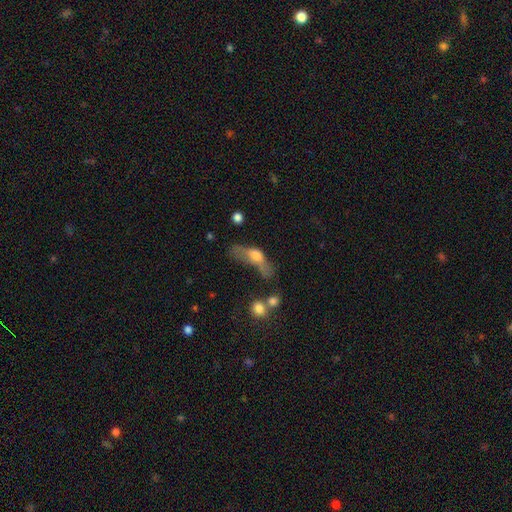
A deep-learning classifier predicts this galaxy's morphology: Smooth or featured: smooth — 54% (featured or disk — 36%)
How rounded: in between — 58% (cigar-shaped — 34%)
Merging: major disturbance — 45% (none — 20%)